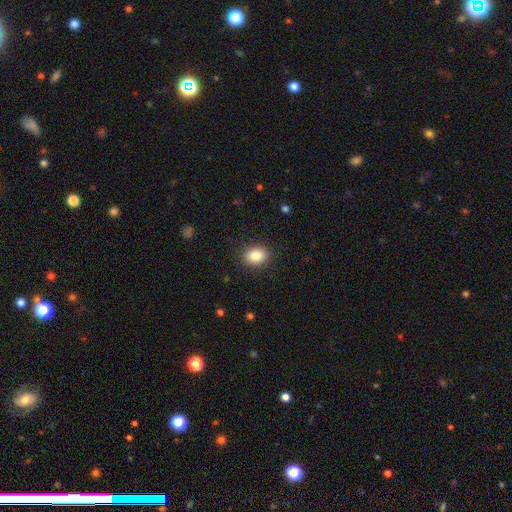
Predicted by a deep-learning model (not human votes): Smooth or featured: smooth — 87% (star or artifact — 9%)
How rounded: in between — 64% (round — 35%)
Merging: none — 88% (minor disturbance — 8%)